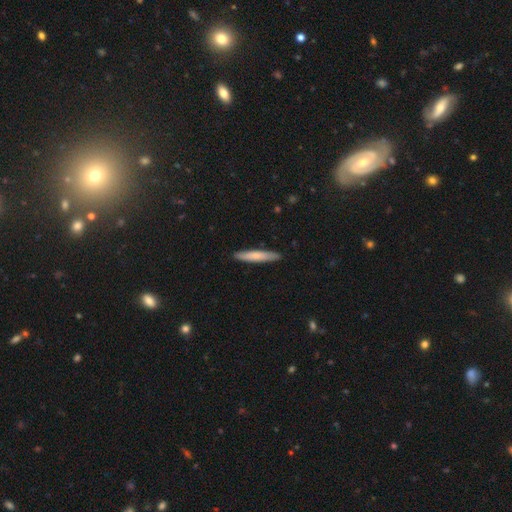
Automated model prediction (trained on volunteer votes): Q: Smooth or featured?
A: smooth (71%); runner-up: featured or disk (24%)
Q: How rounded?
A: cigar-shaped (92%); runner-up: in between (7%)
Q: Merging?
A: none (90%); runner-up: minor disturbance (8%)